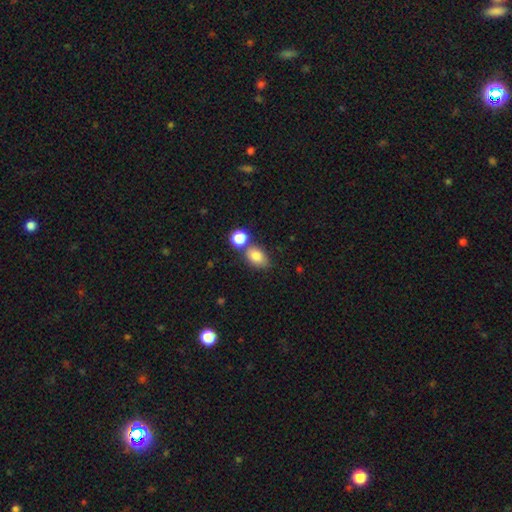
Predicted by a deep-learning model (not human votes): Smooth or featured?
  - smooth: 81% *
  - star or artifact: 10%
  - featured or disk: 9%
How rounded?
  - in between: 77% *
  - round: 21%
  - cigar-shaped: 2%
Merging?
  - none: 55% *
  - merger: 27%
  - minor disturbance: 13%
  - major disturbance: 5%